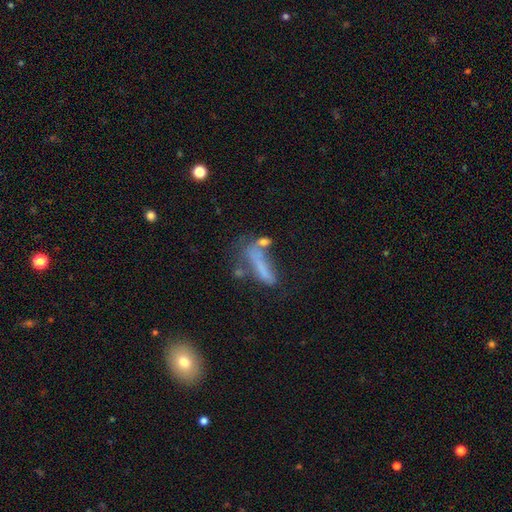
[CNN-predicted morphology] A smooth galaxy with no disk features (51%) that is cigar-shaped (63%). Merging: none (29%).